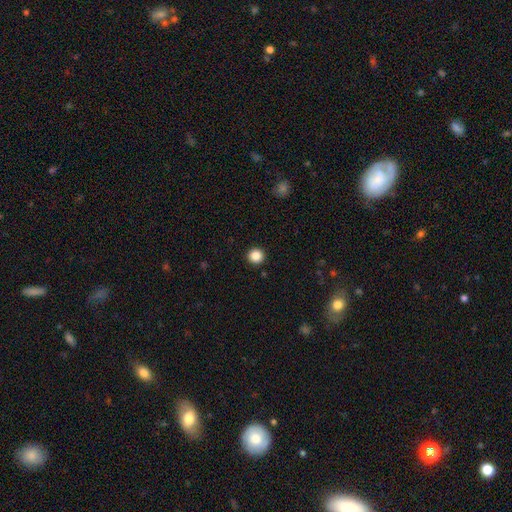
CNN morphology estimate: Smooth or featured? smooth (87%)
How rounded? round (95%)
Merging? none (93%)